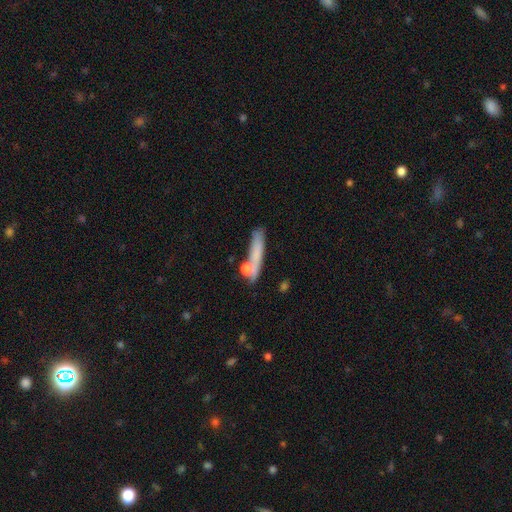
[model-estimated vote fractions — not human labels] A smooth galaxy with no disk features (65%) that is cigar-shaped (82%). Merging: none (64%).